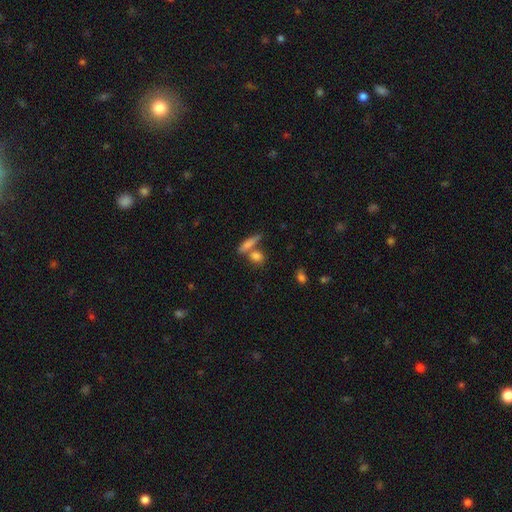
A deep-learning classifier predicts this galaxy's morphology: A smooth galaxy with no disk features (76%) that is in between round and cigar-shaped (43%).

Vote fractions:
- Smooth or featured? smooth: 76% / featured or disk: 15% / star or artifact: 9%
- How rounded? in between: 43% / round: 29% / cigar-shaped: 29%
- Merging? none: 55% / merger: 31% / minor disturbance: 10% / major disturbance: 4%